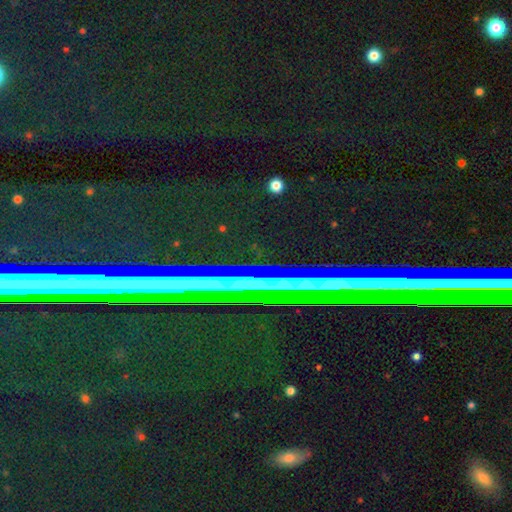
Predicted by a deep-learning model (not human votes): This appears to be a star or artifact, not a galaxy (76%).